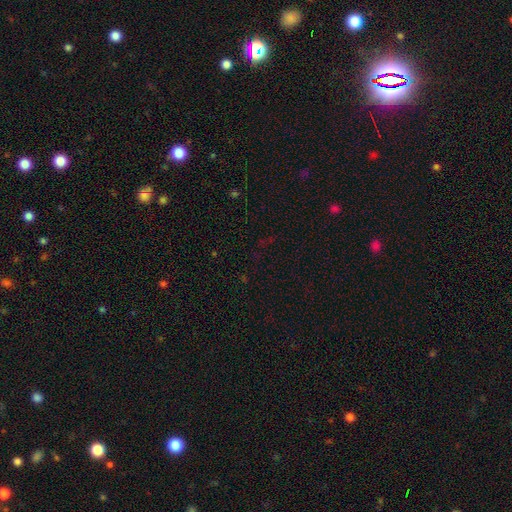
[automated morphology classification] smooth_or_featured: star or artifact (p=0.67) [alt: smooth p=0.25]